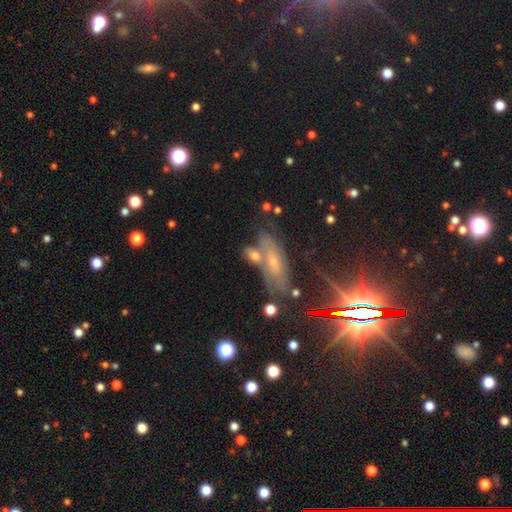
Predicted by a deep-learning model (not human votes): A star or artifact, not a galaxy (59%).

Vote fractions:
- Smooth or featured? star or artifact: 59% / featured or disk: 25% / smooth: 16%